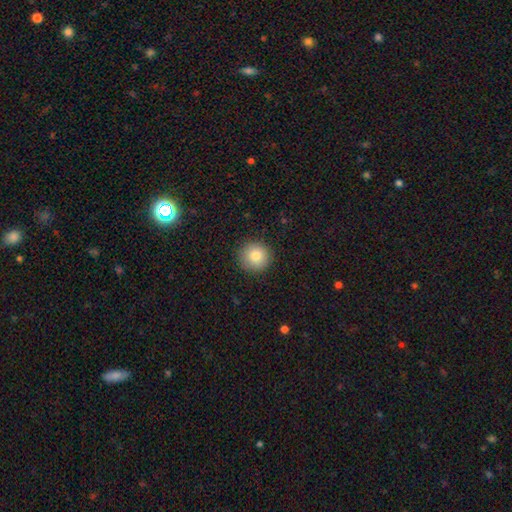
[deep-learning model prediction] A smooth galaxy with no disk features (82%) that is round (94%). Merging: none (90%).